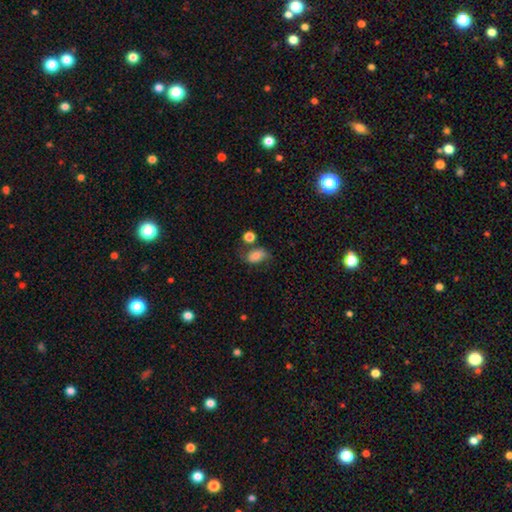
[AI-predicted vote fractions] smooth 75%, featured or disk 15%, star or artifact 10%. Down the decision tree: how rounded — in between (83%); merging — none (51%).